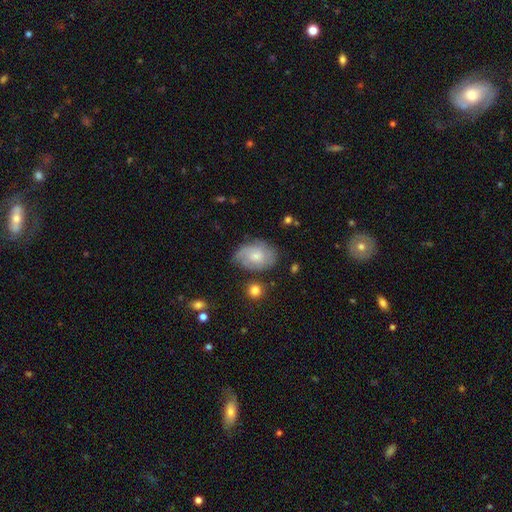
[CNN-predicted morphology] Smooth or featured? Predicted: featured or disk (p=0.49). Merging? Predicted: none (p=0.64).